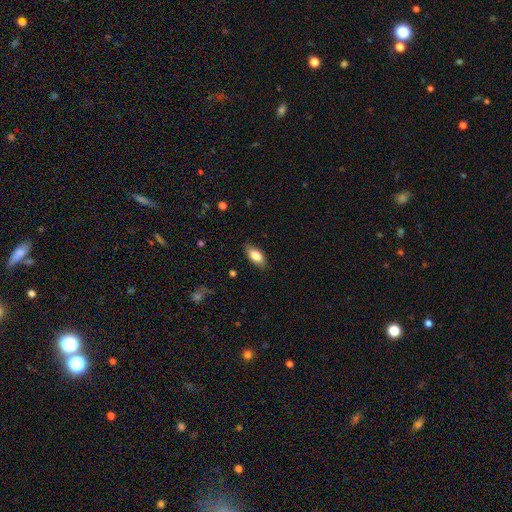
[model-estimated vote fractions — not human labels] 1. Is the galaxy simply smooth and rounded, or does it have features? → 83% smooth, 11% featured or disk, 6% star or artifact.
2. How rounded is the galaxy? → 89% in between, 8% cigar-shaped, 3% round.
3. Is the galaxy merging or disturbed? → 83% none, 13% minor disturbance, 3% major disturbance, 1% merger.